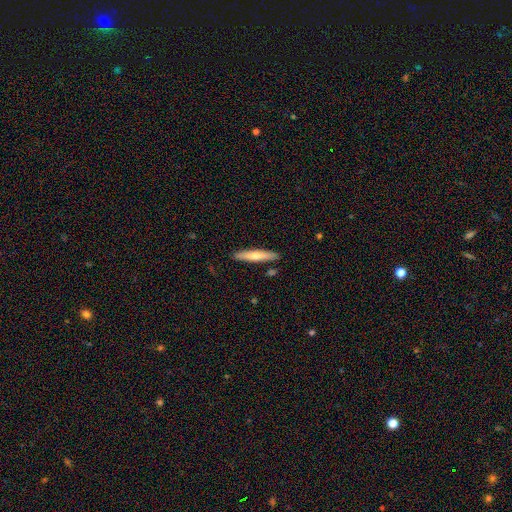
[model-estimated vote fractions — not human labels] Q: Smooth or featured?
A: smooth (62%); runner-up: featured or disk (32%)
Q: How rounded?
A: cigar-shaped (89%); runner-up: in between (10%)
Q: Merging?
A: none (87%); runner-up: minor disturbance (9%)